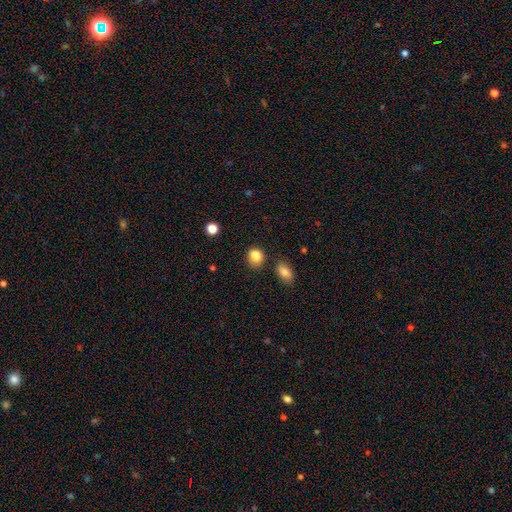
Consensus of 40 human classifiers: smooth-or-featured: smooth: 90% | star or artifact: 10% | featured or disk: 0%
  how-rounded: round: 69% | in between: 31% | cigar-shaped: 0%
  merging: none: 64% | minor disturbance: 22% | merger: 11% | major disturbance: 3%